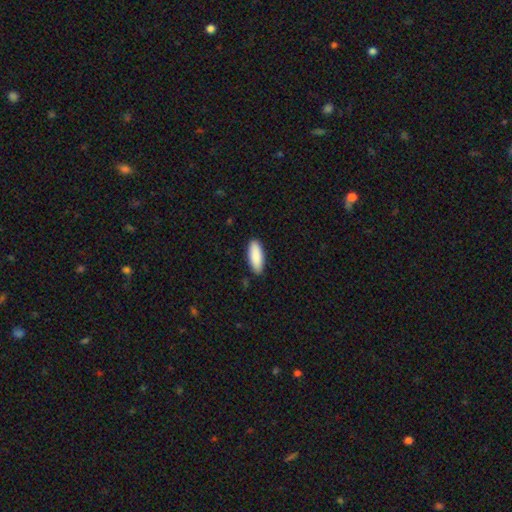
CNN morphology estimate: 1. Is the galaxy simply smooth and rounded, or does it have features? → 90% smooth, 5% featured or disk, 5% star or artifact.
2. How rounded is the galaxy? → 73% in between, 26% cigar-shaped, 2% round.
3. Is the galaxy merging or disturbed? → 89% none, 9% minor disturbance, 2% major disturbance, 1% merger.